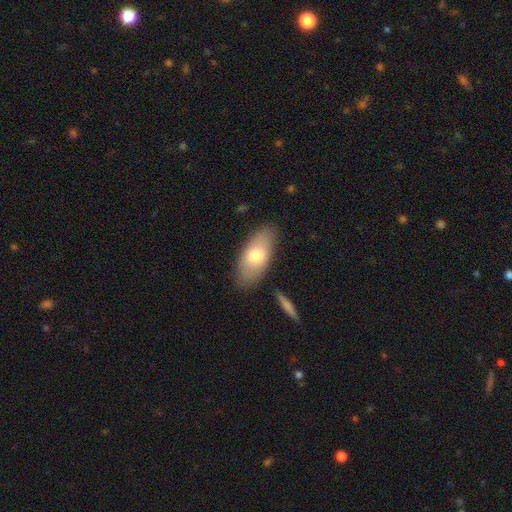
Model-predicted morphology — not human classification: Smooth or featured? smooth (71%)
How rounded? in between (89%)
Merging? none (80%)